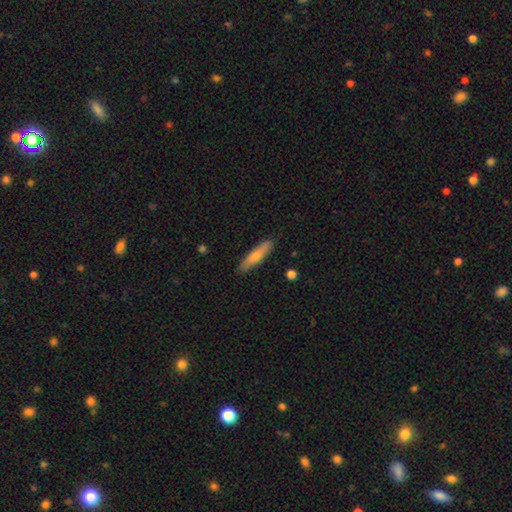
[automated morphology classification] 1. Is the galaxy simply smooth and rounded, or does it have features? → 66% smooth, 28% featured or disk, 6% star or artifact.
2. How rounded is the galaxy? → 83% cigar-shaped, 15% in between, 2% round.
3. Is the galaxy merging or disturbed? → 88% none, 9% minor disturbance, 2% major disturbance, 1% merger.